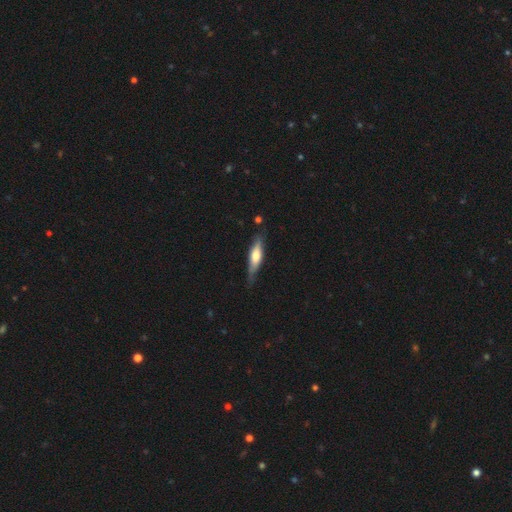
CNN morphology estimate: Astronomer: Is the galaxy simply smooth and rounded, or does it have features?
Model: smooth — 49% (runner-up: featured or disk, 46%).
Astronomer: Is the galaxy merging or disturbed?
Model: none — 72%.